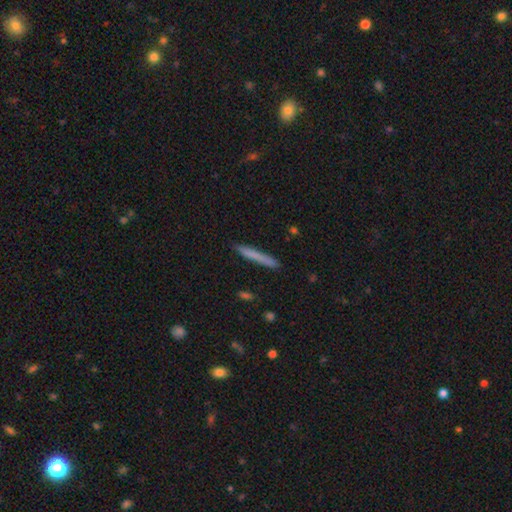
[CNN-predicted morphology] A smooth galaxy with no disk features (73%) that is cigar-shaped (96%). Merging: none (90%).